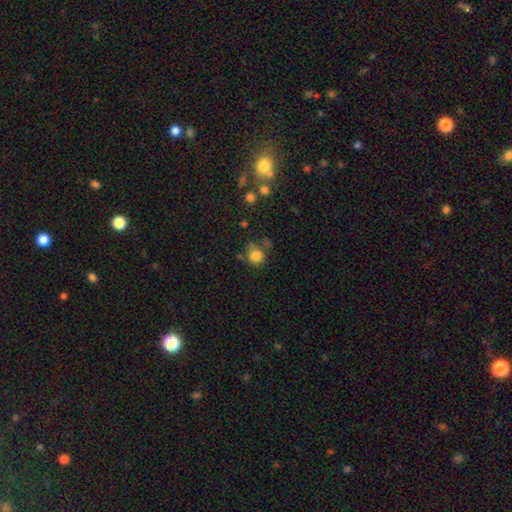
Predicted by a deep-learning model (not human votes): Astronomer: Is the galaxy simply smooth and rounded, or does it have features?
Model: smooth — 80%.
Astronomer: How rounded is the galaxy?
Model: round — 84%.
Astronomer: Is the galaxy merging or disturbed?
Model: none — 59%.